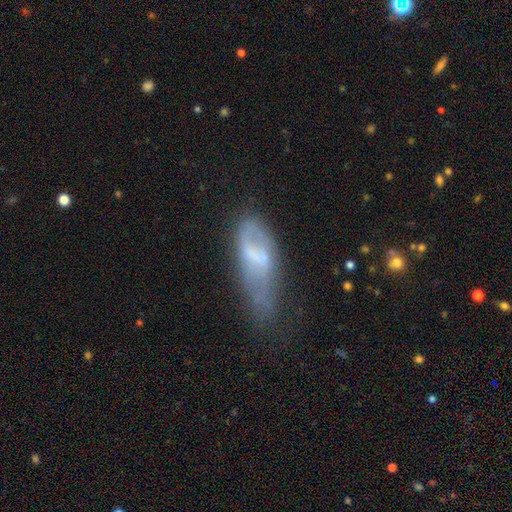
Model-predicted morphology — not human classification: type=smooth (46%); merging=minor disturbance (34%).